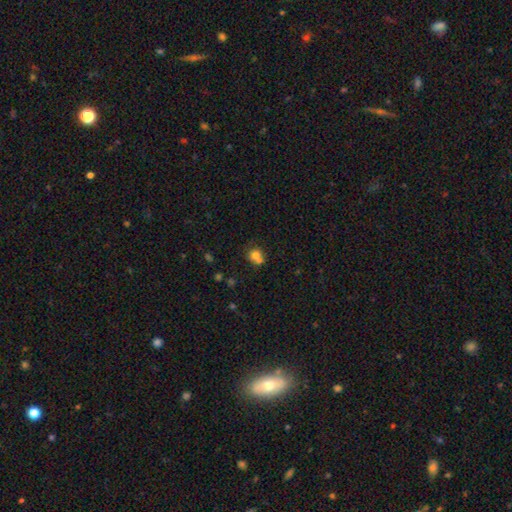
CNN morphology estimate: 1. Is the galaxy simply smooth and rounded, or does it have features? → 74% smooth, 13% featured or disk, 12% star or artifact.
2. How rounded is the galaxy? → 80% round, 19% in between, 1% cigar-shaped.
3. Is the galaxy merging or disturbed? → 47% merger, 41% none, 9% minor disturbance, 3% major disturbance.